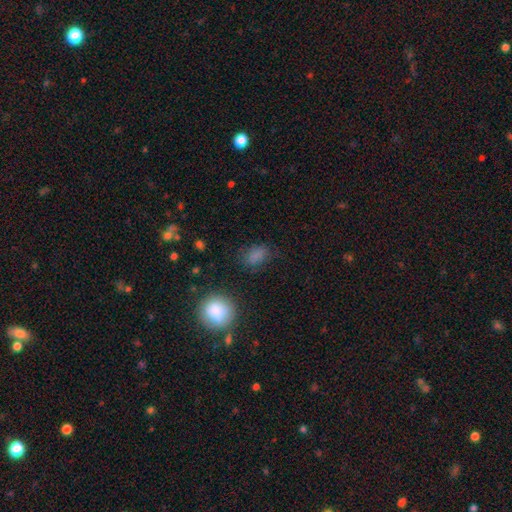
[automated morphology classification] This is likely a smooth galaxy (78%). How rounded: likely in between (79%). Merging: likely none (71%).